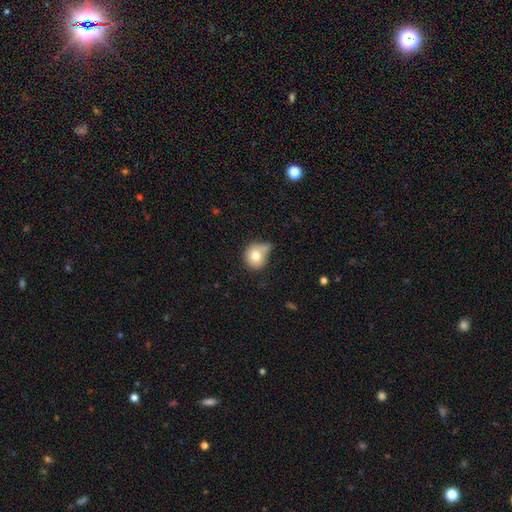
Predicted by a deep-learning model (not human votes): Smooth or featured?
  - smooth: 76% *
  - featured or disk: 14%
  - star or artifact: 10%
How rounded?
  - round: 73% *
  - in between: 26%
  - cigar-shaped: 1%
Merging?
  - minor disturbance: 38% *
  - none: 36%
  - major disturbance: 15%
  - merger: 11%